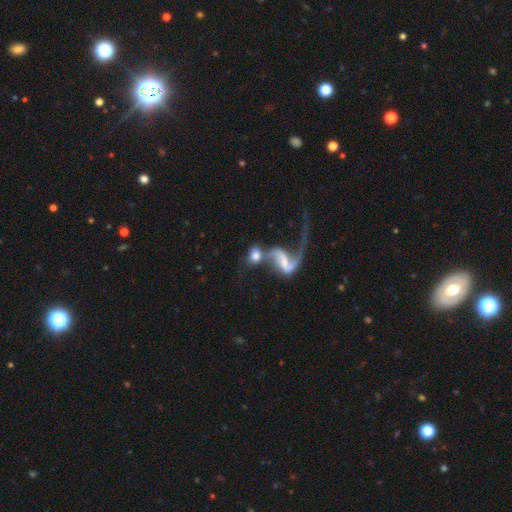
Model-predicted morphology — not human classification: smooth-or-featured: featured or disk: 47% | smooth: 44% | star or artifact: 9%
  merging: merger: 60% | none: 20% | major disturbance: 13% | minor disturbance: 8%